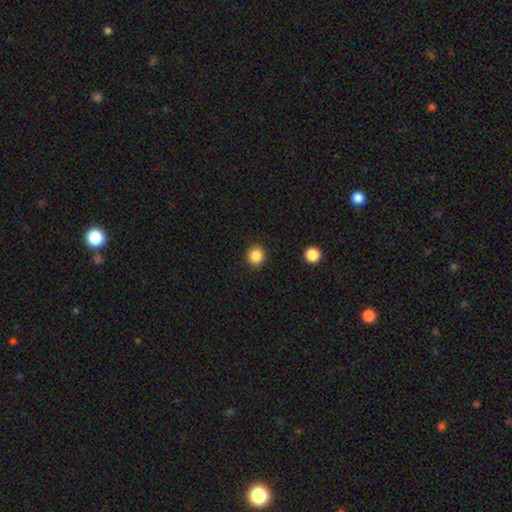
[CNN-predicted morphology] The model was most divided on "smooth or featured": smooth: 86%, star or artifact: 10%, featured or disk: 4%. More confident: how rounded — round (92%); merging — none (92%).